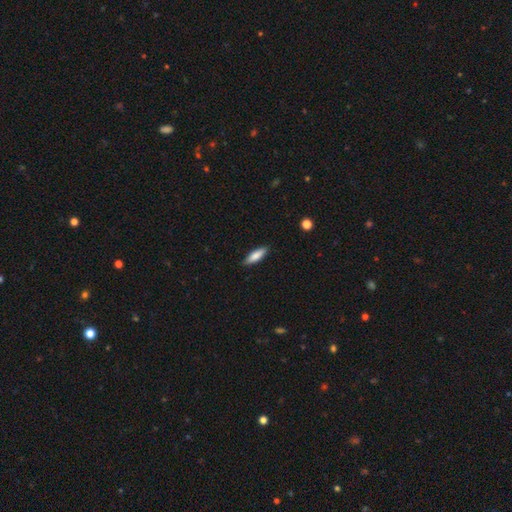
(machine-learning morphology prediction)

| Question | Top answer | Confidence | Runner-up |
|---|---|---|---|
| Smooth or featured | smooth | 81% | featured or disk (13%) |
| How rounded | cigar-shaped | 53% | in between (45%) |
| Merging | none | 87% | minor disturbance (10%) |